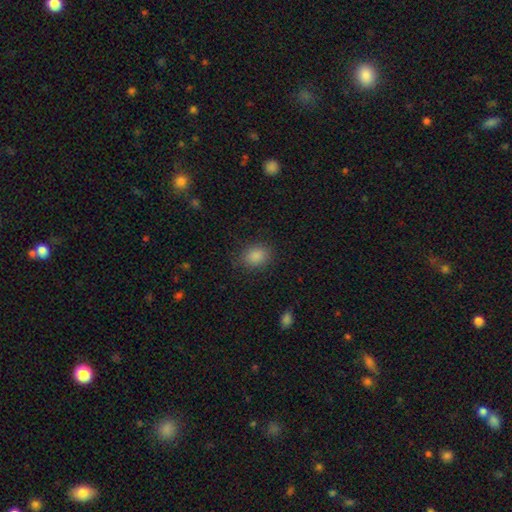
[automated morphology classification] smooth-or-featured: smooth: 85% | star or artifact: 11% | featured or disk: 4%
  how-rounded: in between: 59% | round: 40% | cigar-shaped: 1%
  merging: none: 85% | minor disturbance: 10% | major disturbance: 3% | merger: 1%